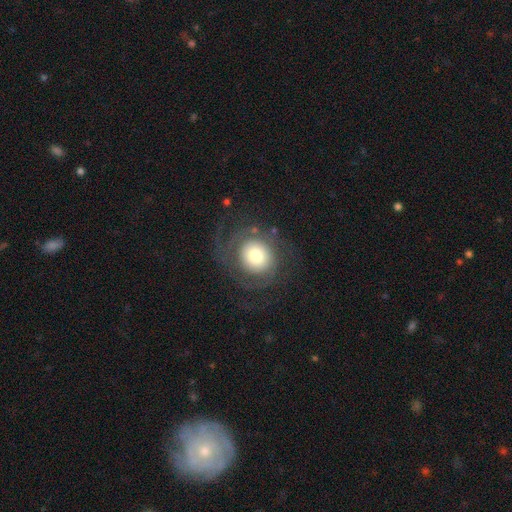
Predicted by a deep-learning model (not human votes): Smooth or featured? featured or disk (49%)
Merging? none (67%)